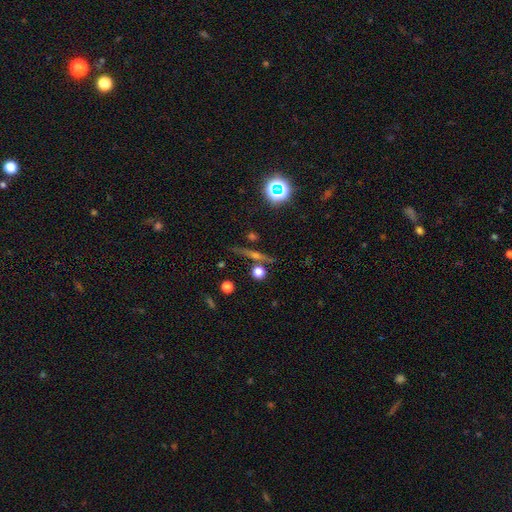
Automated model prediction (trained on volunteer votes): This appears to be a featured or disk galaxy (55%) viewed edge-on (92%) with a rounded central bulge (79%). Merging: none (83%).